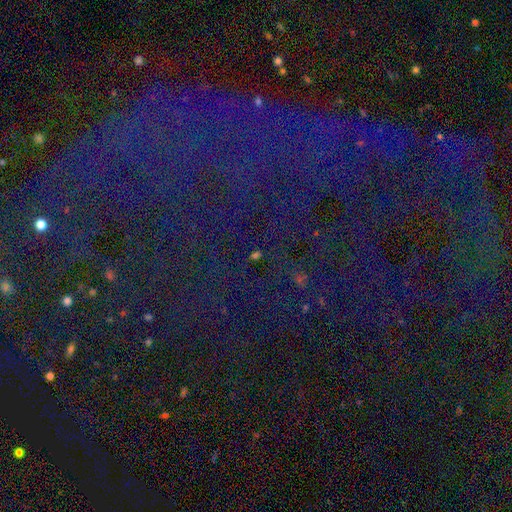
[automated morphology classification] This appears to be a star or artifact, not a galaxy (78%).